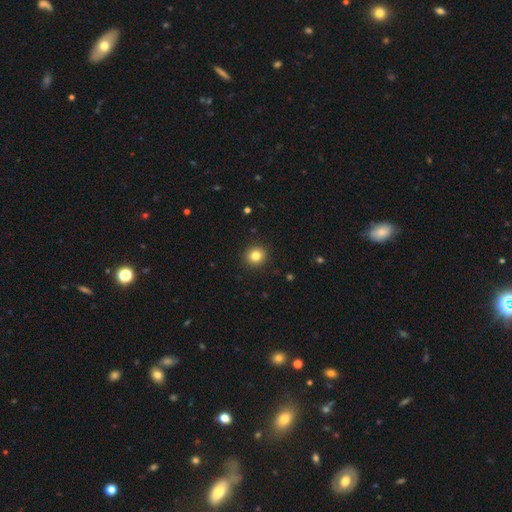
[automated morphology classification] This is clearly a smooth galaxy (83%). How rounded: clearly round (88%). Merging: clearly none (92%).